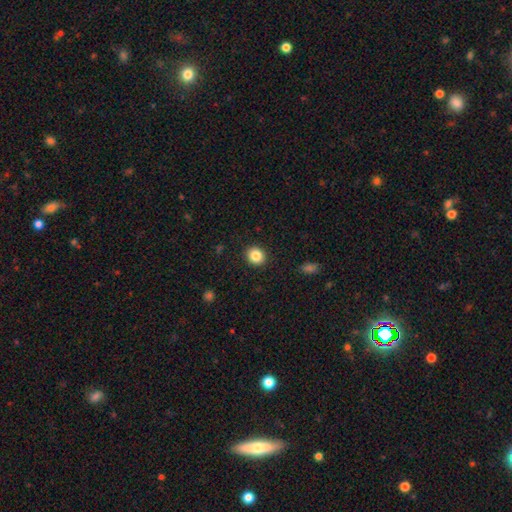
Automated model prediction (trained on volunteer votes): The model was most divided on "how rounded": round: 81%, in between: 19%, cigar-shaped: 1%. More confident: merging — none (91%); smooth or featured — smooth (85%).